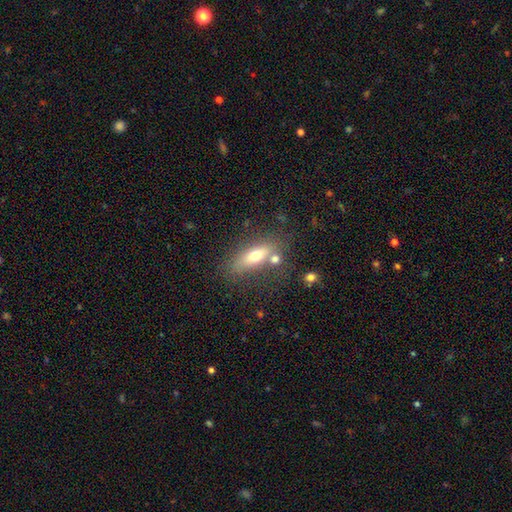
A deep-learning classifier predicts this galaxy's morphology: Overall: smooth (62%; featured or disk 28%). How rounded: in between (56%; cigar-shaped 39%). Merging: none (64%).